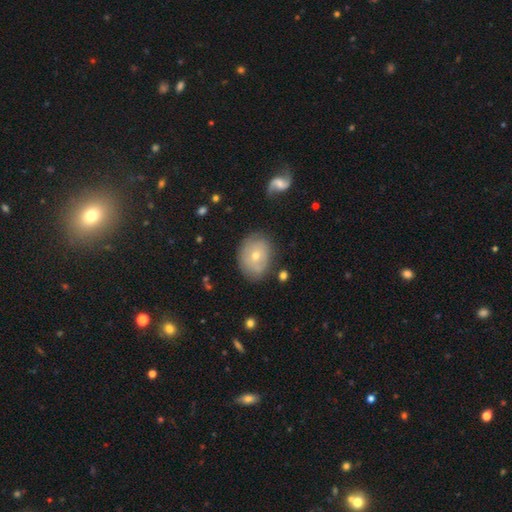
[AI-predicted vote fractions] Smooth or featured?
  - smooth: 46% *
  - featured or disk: 43%
  - star or artifact: 11%
Merging?
  - none: 75% *
  - minor disturbance: 18%
  - major disturbance: 5%
  - merger: 2%